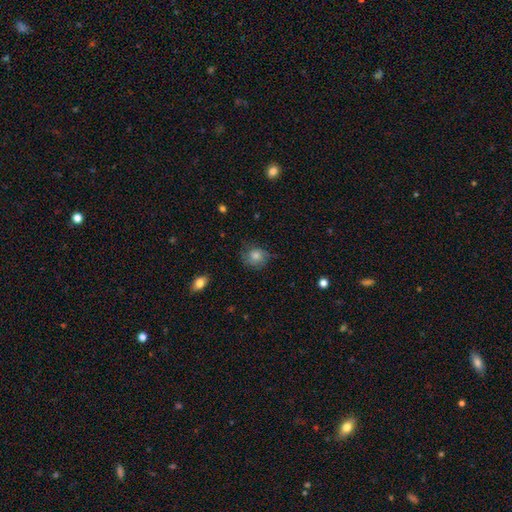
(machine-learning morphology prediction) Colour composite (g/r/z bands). It shows a smooth galaxy with no disk features (53%) that is round (75%). Merging: none (65%).